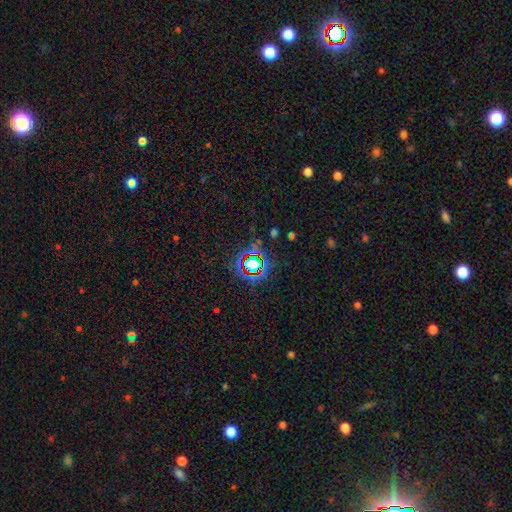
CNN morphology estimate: Overall: star or artifact (73%).